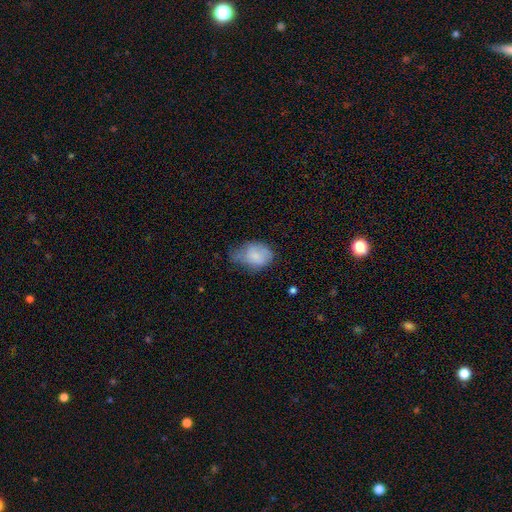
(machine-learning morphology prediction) Smooth or featured? smooth (74%)
How rounded? in between (71%)
Merging? minor disturbance (44%)